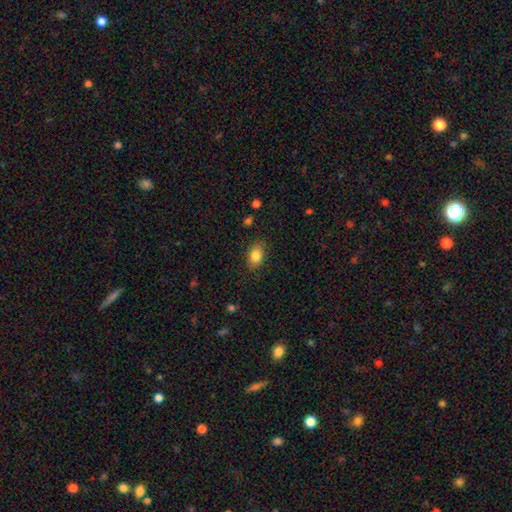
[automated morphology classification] Overall: smooth (84%). How rounded: in between (85%). Merging: none (84%).